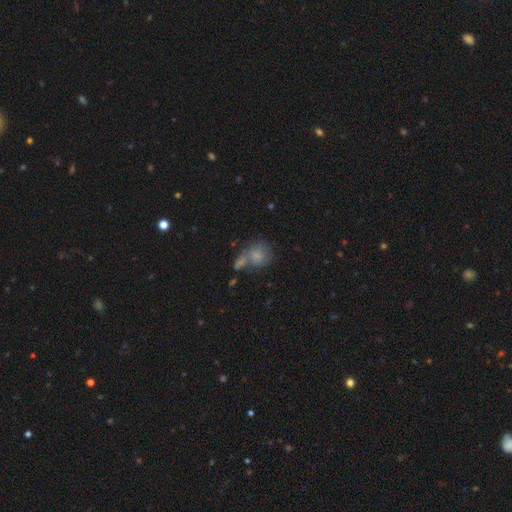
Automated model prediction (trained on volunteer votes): Q: Smooth or featured?
A: smooth (74%); runner-up: featured or disk (15%)
Q: How rounded?
A: round (69%); runner-up: in between (30%)
Q: Merging?
A: merger (39%); runner-up: none (36%)